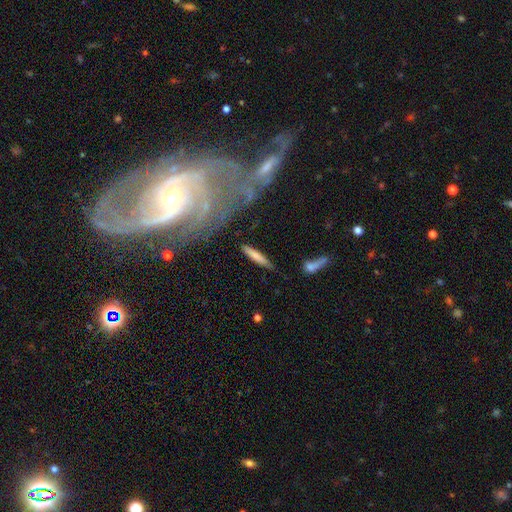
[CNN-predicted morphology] A smooth galaxy with no disk features (71%) that is cigar-shaped (89%).

Vote fractions:
- Smooth or featured? smooth: 71% / featured or disk: 24% / star or artifact: 6%
- How rounded? cigar-shaped: 89% / in between: 9% / round: 2%
- Merging? none: 79% / minor disturbance: 13% / merger: 4% / major disturbance: 3%